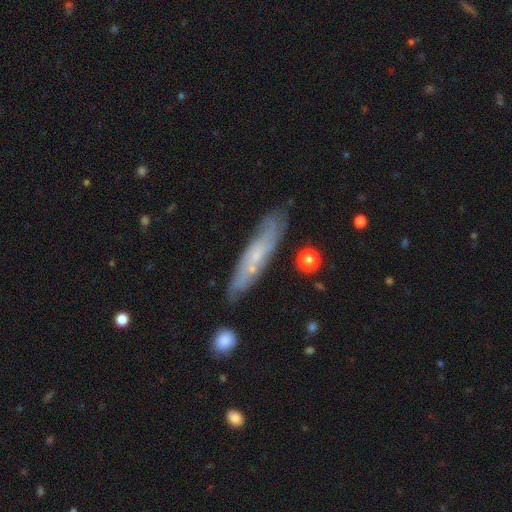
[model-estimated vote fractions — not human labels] smooth_or_featured: featured or disk (p=0.56) [alt: smooth p=0.37]
disk_edge_on: yes (p=0.50) [tied with: no p=0.50]
merging: none (p=0.75) [alt: minor disturbance p=0.17]